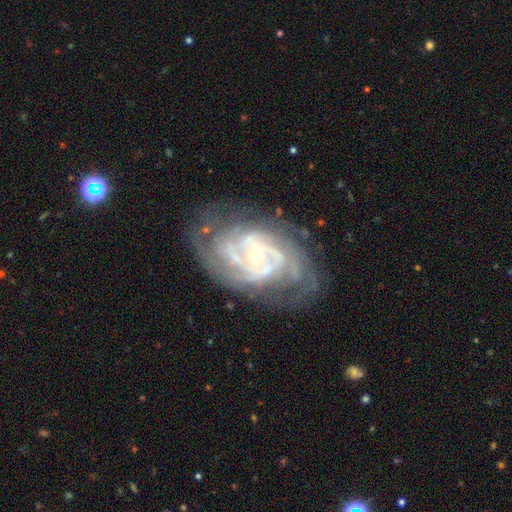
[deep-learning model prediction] The model was most divided on "spiral arm count": 2: 27%, can't tell: 26%, 3: 21%, 4: 14%, more than 4: 7%, 1: 6%. More confident: edge-on disk — no (96%); spiral arms — yes (96%); smooth or featured — featured or disk (89%); bulge size — small (71%); merging — none (68%); spiral winding — tight (61%); bar — no (58%).